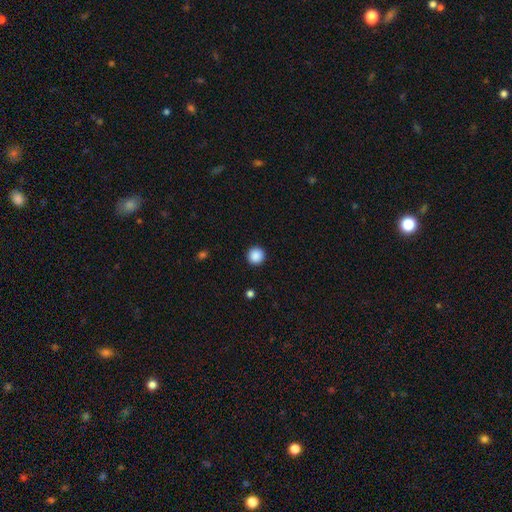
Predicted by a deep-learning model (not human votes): Smooth or featured: smooth — 88% (star or artifact — 9%)
How rounded: round — 96% (in between — 3%)
Merging: none — 93% (minor disturbance — 5%)